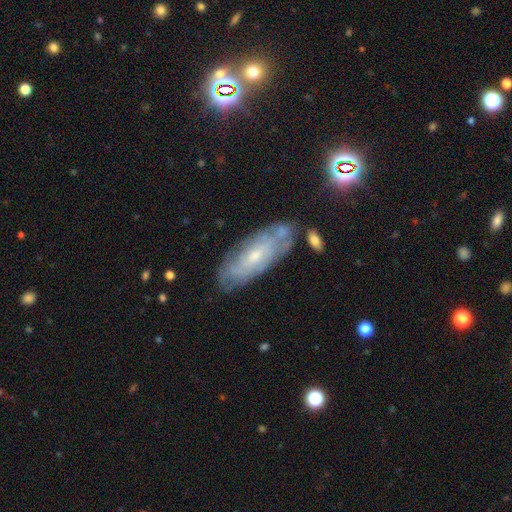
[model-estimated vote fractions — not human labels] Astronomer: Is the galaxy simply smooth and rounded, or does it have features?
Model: featured or disk — 62%.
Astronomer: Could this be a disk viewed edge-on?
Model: no — 82%.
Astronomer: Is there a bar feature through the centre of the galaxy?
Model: no — 68%.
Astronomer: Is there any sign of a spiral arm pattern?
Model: yes — 68%.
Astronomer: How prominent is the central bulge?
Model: small — 60%.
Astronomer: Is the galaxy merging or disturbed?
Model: none — 68%.